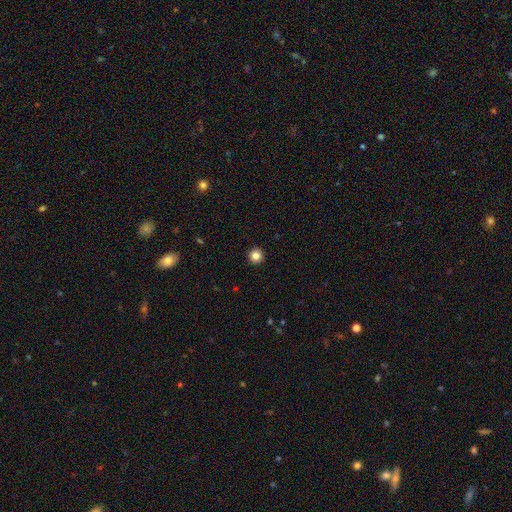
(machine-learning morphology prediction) smooth_or_featured: smooth (p=0.84) [alt: star or artifact p=0.11]
how_rounded: round (p=0.96) [alt: in between p=0.03]
merging: none (p=0.94) [alt: minor disturbance p=0.04]